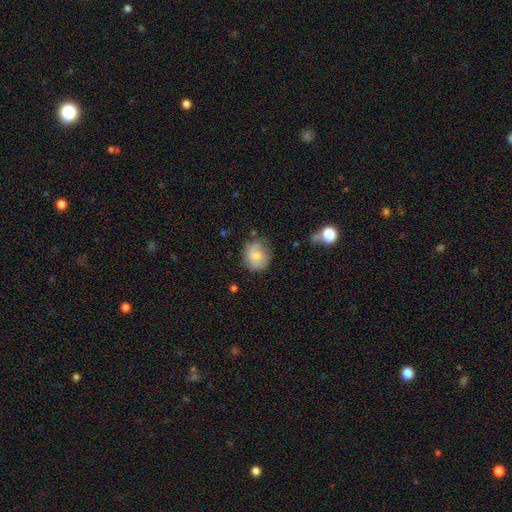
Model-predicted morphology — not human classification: Overall: smooth (64%; featured or disk 27%). How rounded: round (69%; in between 30%). Merging: none (59%; minor disturbance 29%).